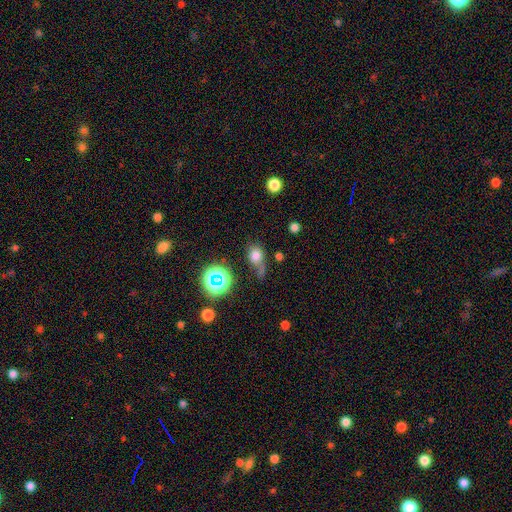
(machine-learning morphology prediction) type=smooth (71%); roundness=round (51%); merging=none (45%).